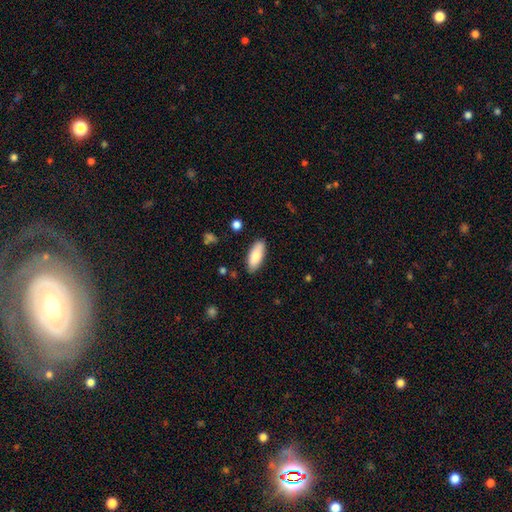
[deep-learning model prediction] Smooth or featured? Predicted: smooth (p=0.80). How rounded? Predicted: in between (p=0.78). Merging? Predicted: none (p=0.86).